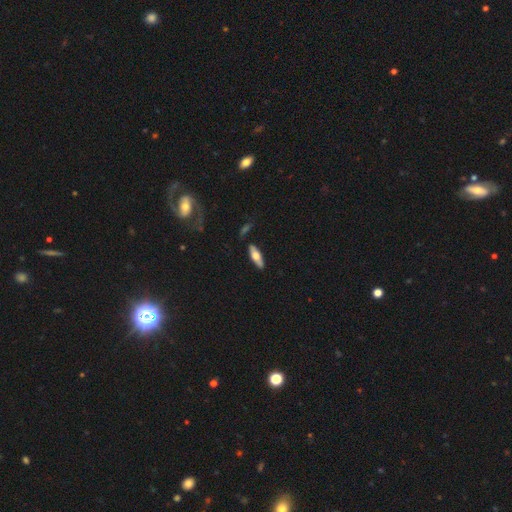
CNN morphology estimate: smooth-or-featured: smooth: 52% | featured or disk: 42% | star or artifact: 5%
  how-rounded: in between: 57% | cigar-shaped: 40% | round: 3%
  merging: none: 83% | minor disturbance: 12% | major disturbance: 3% | merger: 3%